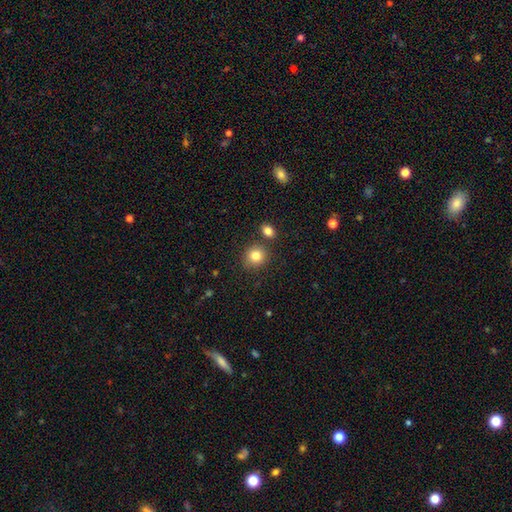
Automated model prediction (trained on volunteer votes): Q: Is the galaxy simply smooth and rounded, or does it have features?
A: smooth — 84%.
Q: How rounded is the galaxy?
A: round — 86%.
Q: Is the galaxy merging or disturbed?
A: none — 79%.